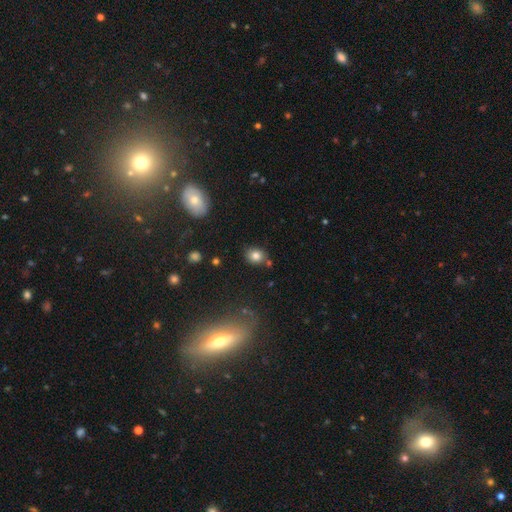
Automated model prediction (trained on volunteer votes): Smooth or featured: smooth — 80% (star or artifact — 12%)
How rounded: round — 61% (in between — 38%)
Merging: none — 77% (minor disturbance — 13%)